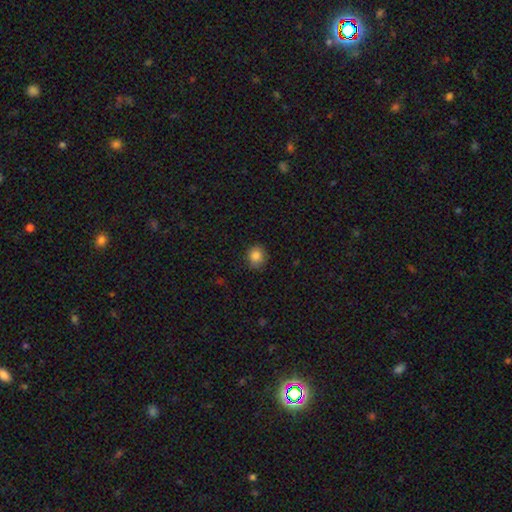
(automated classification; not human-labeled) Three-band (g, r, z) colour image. It shows a smooth galaxy with no disk features (85%) that is round (79%). Merging: none (82%).